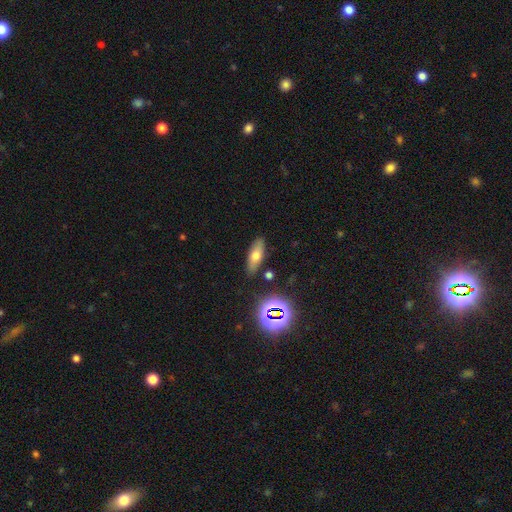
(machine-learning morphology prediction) Smooth or featured? smooth (62%)
How rounded? in between (62%)
Merging? none (85%)